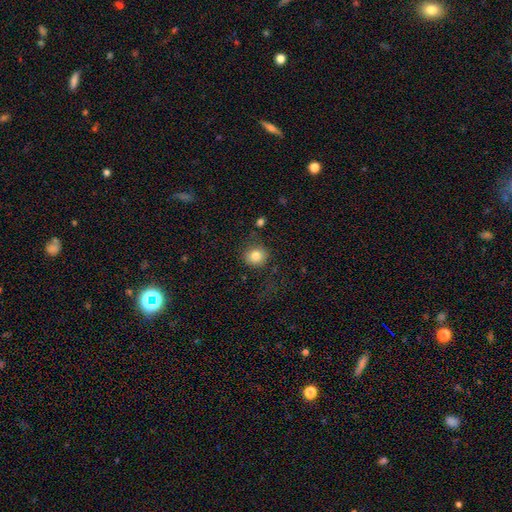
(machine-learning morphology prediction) Smooth or featured? smooth (82%)
How rounded? round (86%)
Merging? none (76%)